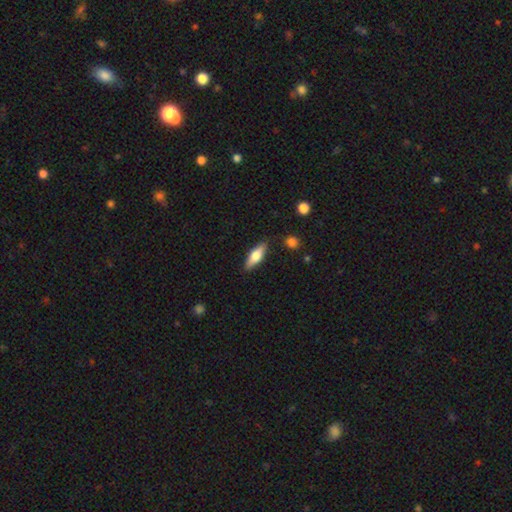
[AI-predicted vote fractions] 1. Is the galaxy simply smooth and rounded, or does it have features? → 62% smooth, 32% featured or disk, 6% star or artifact.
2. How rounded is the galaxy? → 53% in between, 44% cigar-shaped, 2% round.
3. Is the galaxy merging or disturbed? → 86% none, 10% minor disturbance, 2% major disturbance, 2% merger.